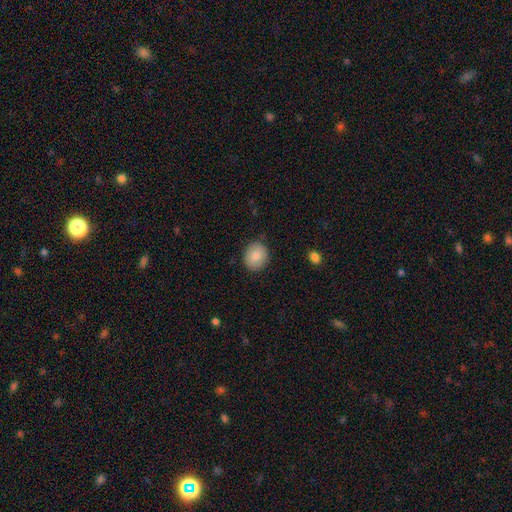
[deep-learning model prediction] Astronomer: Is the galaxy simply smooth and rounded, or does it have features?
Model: smooth — 81%.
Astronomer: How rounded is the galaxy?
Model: round — 70%.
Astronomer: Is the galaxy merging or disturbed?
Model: none — 87%.